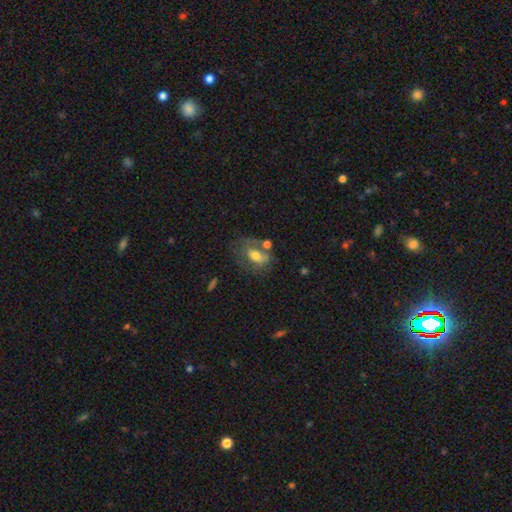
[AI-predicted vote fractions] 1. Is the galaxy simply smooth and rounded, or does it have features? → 49% featured or disk, 42% smooth, 9% star or artifact.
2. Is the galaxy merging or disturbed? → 38% none, 23% major disturbance, 22% minor disturbance, 17% merger.